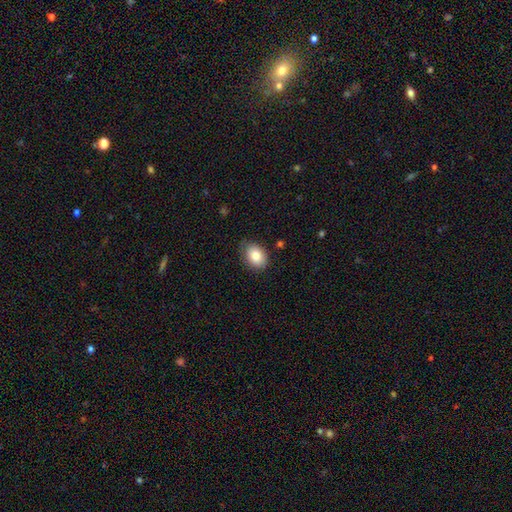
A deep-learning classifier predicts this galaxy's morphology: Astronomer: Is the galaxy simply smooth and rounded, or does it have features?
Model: smooth — 83%.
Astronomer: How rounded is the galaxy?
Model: in between — 74%.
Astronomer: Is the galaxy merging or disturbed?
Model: none — 78%.